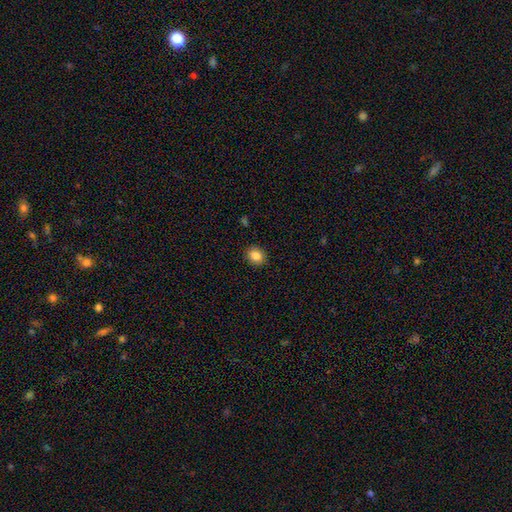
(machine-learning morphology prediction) Q: Smooth or featured?
A: smooth (85%); runner-up: star or artifact (9%)
Q: How rounded?
A: round (63%); runner-up: in between (37%)
Q: Merging?
A: none (90%); runner-up: minor disturbance (7%)